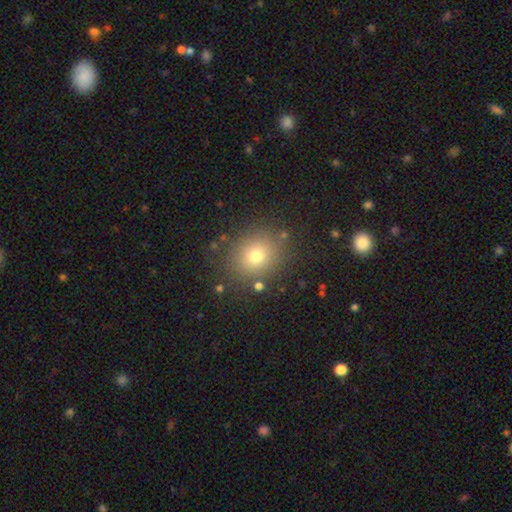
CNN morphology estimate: Smooth or featured? Predicted: smooth (p=0.73). How rounded? Predicted: round (p=0.76). Merging? Predicted: none (p=0.85).